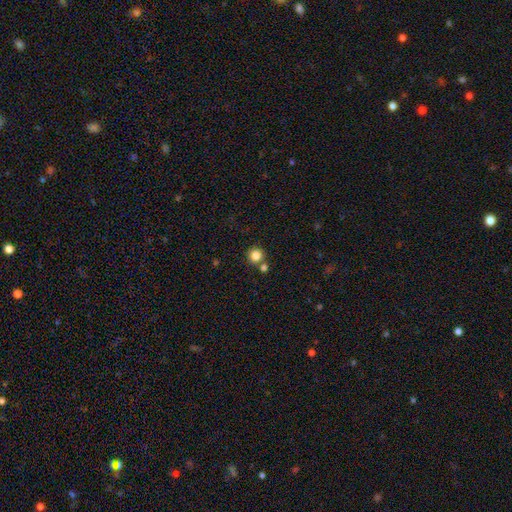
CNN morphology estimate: Smooth or featured?
  - smooth: 84% *
  - star or artifact: 11%
  - featured or disk: 5%
How rounded?
  - round: 94% *
  - in between: 5%
  - cigar-shaped: 1%
Merging?
  - none: 76% *
  - merger: 15%
  - minor disturbance: 7%
  - major disturbance: 2%